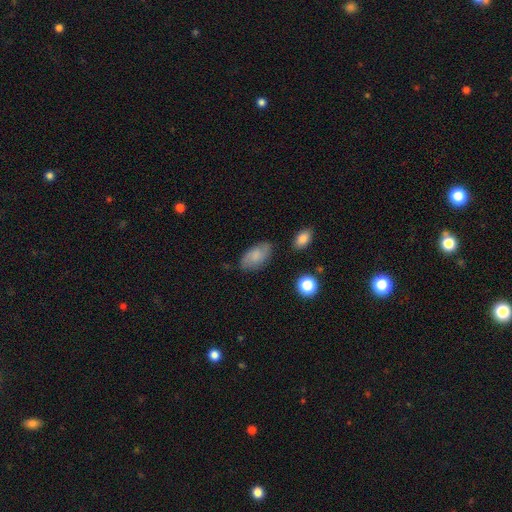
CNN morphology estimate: Smooth or featured: smooth — 70% (featured or disk — 22%)
How rounded: in between — 93% (round — 5%)
Merging: none — 76% (minor disturbance — 17%)